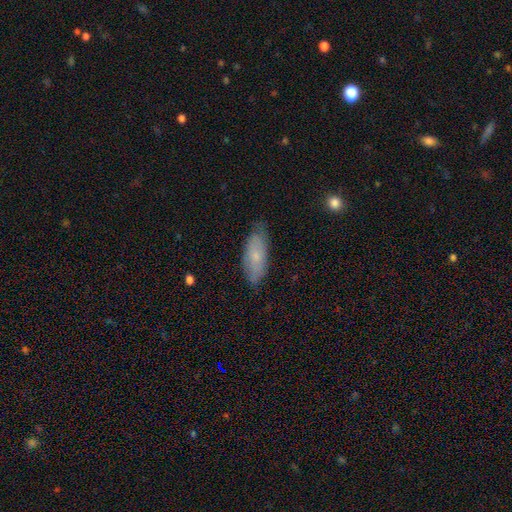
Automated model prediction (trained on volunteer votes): Smooth or featured: smooth — 66% (featured or disk — 27%)
How rounded: in between — 73% (cigar-shaped — 25%)
Merging: none — 73% (minor disturbance — 22%)